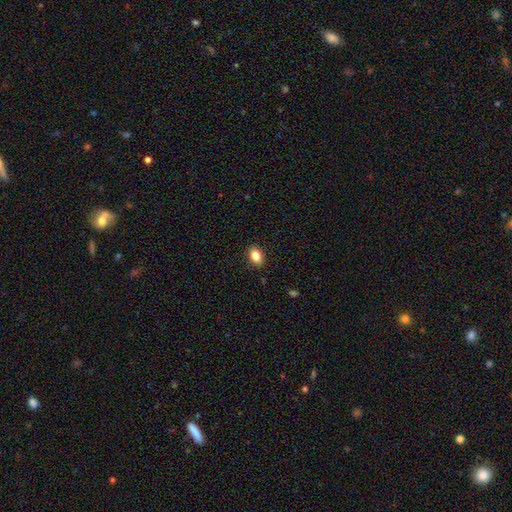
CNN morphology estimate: Smooth or featured? Predicted: smooth (p=0.83). How rounded? Predicted: in between (p=0.81). Merging? Predicted: none (p=0.89).